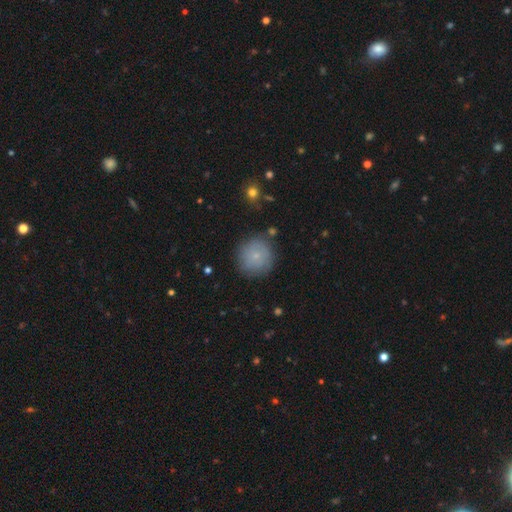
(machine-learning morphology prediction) Smooth or featured? smooth (75%)
How rounded? round (94%)
Merging? none (82%)